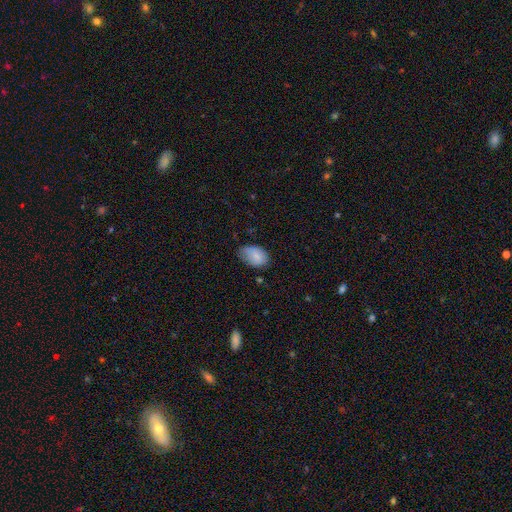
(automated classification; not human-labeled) A smooth galaxy with no disk features (81%) that is in between round and cigar-shaped (89%). Merging: none (54%).